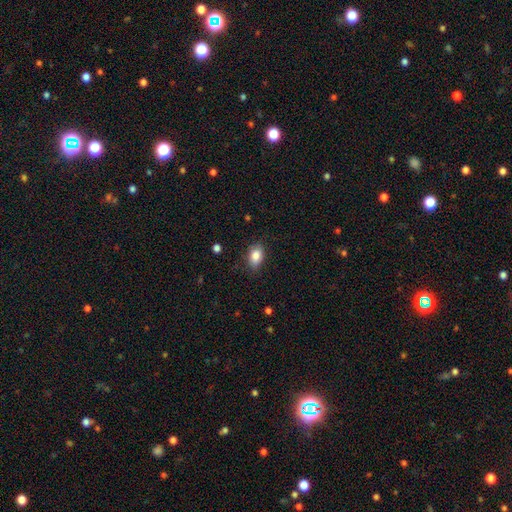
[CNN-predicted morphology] The model was most divided on "merging": none: 83%, minor disturbance: 13%, major disturbance: 3%, merger: 1%. More confident: how rounded — in between (85%); smooth or featured — smooth (85%).